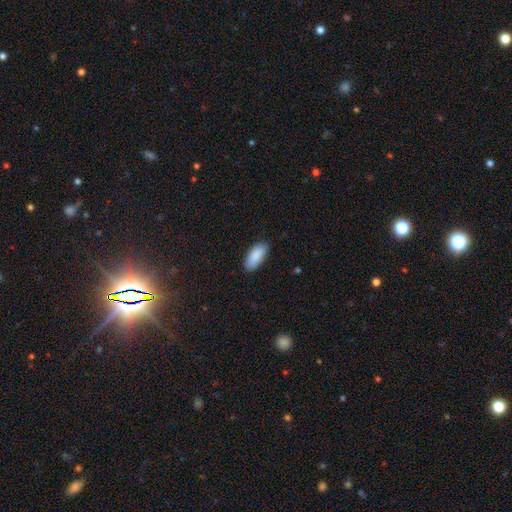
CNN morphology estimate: This appears to be a smooth galaxy with no disk features (90%) that is in between round and cigar-shaped (88%). Merging: none (86%).